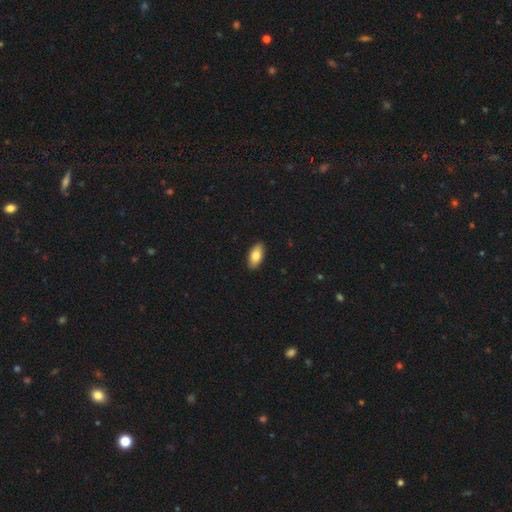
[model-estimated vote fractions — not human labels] smooth_or_featured: smooth (p=0.82) [alt: featured or disk p=0.12]
how_rounded: in between (p=0.91) [alt: cigar-shaped p=0.06]
merging: none (p=0.91) [alt: minor disturbance p=0.07]